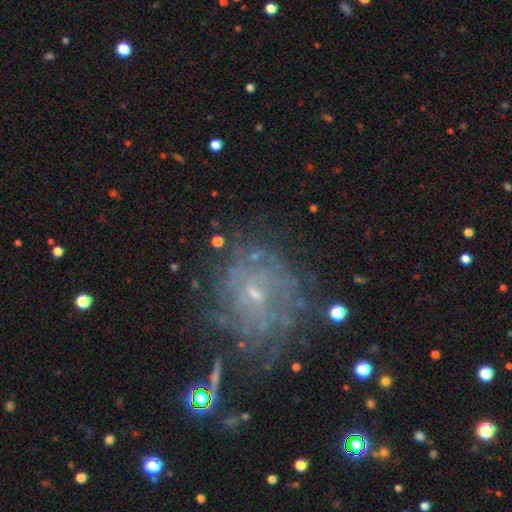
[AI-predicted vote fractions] This appears to be a featured or disk galaxy (75%) with a weak bar (50%), tight (56%) spiral arms (78%) and a small central bulge (68%). Merging: none (63%).